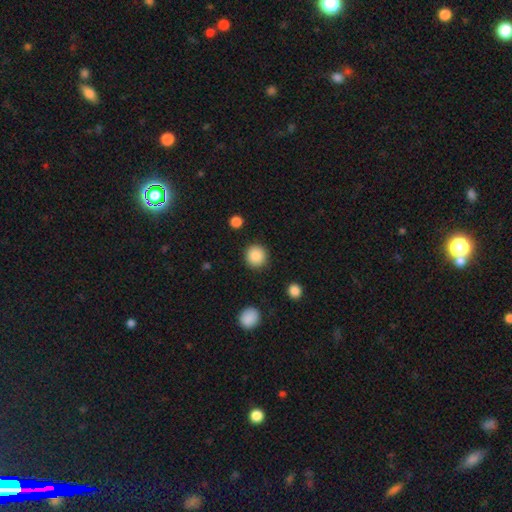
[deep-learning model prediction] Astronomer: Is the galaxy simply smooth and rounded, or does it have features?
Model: smooth — 88%.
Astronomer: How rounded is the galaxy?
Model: round — 94%.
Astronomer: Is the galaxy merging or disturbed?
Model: none — 90%.